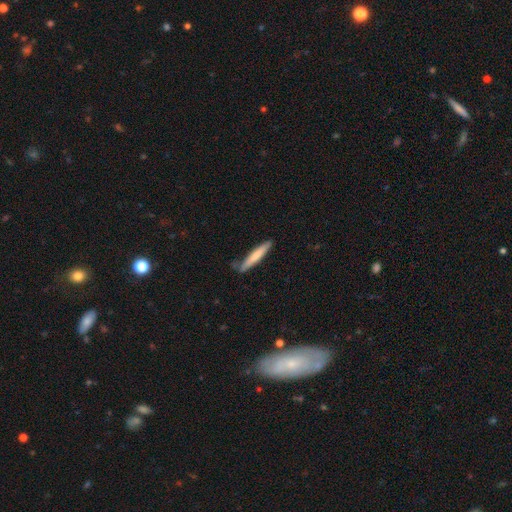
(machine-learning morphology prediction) Smooth or featured? Predicted: smooth (p=0.70). How rounded? Predicted: cigar-shaped (p=0.93). Merging? Predicted: none (p=0.77).